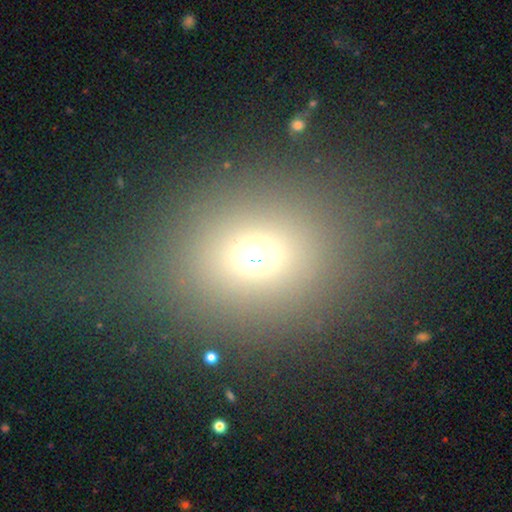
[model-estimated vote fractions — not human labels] smooth 66%, star or artifact 24%, featured or disk 10%. Down the decision tree: how rounded — round (62%); merging — none (75%).